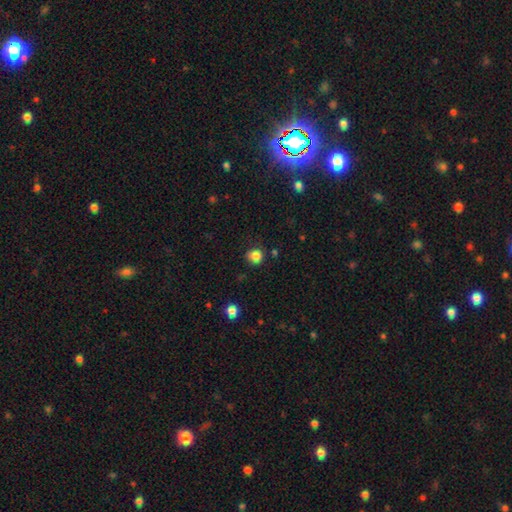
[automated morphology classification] The model was most divided on "merging": none: 78%, minor disturbance: 16%, major disturbance: 4%, merger: 2%. More confident: how rounded — round (86%); smooth or featured — smooth (83%).